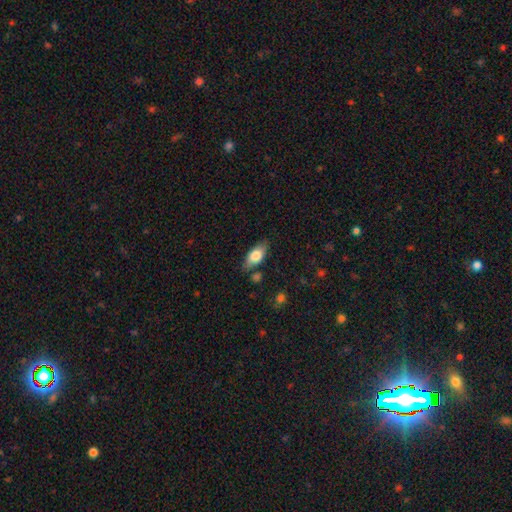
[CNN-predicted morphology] Smooth or featured: smooth — 75% (featured or disk — 18%)
How rounded: in between — 86% (cigar-shaped — 10%)
Merging: none — 79% (minor disturbance — 15%)